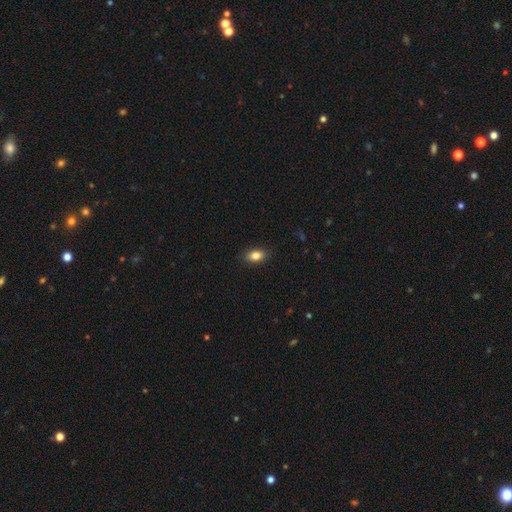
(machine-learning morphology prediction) smooth_or_featured: smooth (p=0.85) [alt: star or artifact p=0.08]
how_rounded: in between (p=0.88) [alt: round p=0.09]
merging: none (p=0.88) [alt: minor disturbance p=0.09]